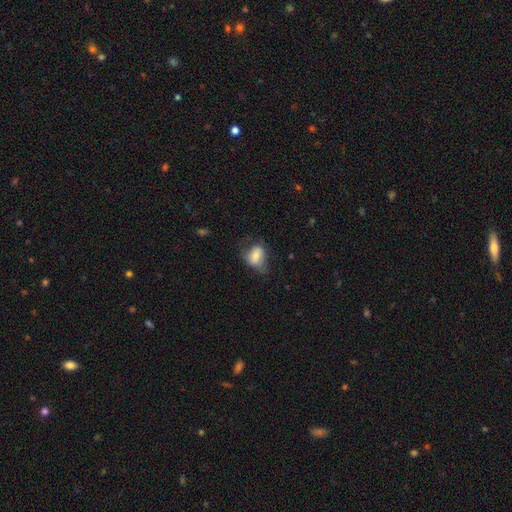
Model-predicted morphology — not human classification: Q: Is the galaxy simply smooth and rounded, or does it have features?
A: smooth — 62%.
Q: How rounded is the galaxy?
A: in between — 69%.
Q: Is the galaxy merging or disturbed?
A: none — 50%.